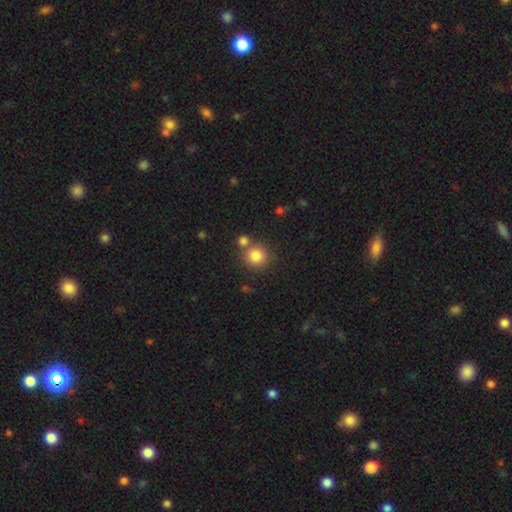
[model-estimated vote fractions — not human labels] This is clearly a smooth galaxy (83%). How rounded: clearly round (91%). Merging: likely none (68%).